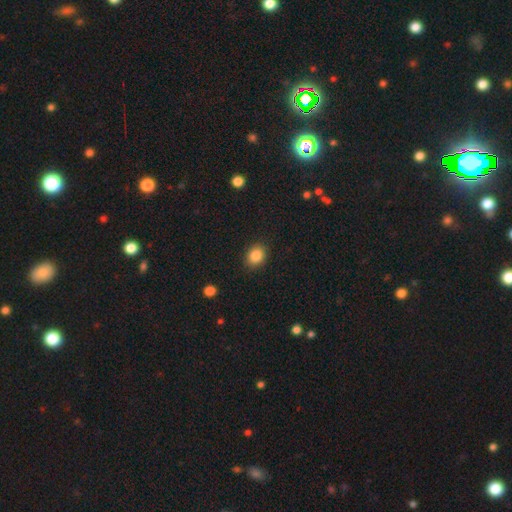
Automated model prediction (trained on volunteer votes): This appears to be a smooth galaxy with no disk features (86%) that is in between round and cigar-shaped (50%, tied with round). Merging: none (88%).